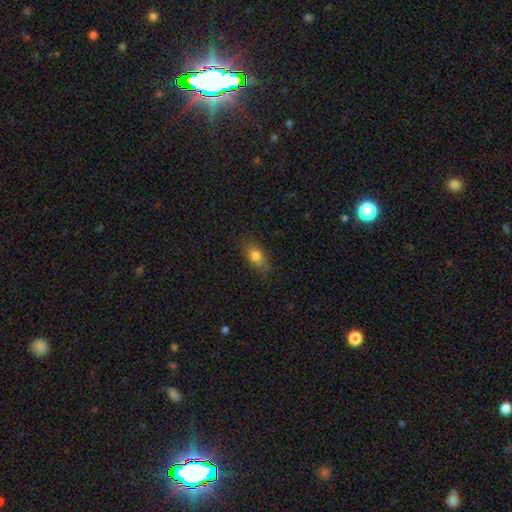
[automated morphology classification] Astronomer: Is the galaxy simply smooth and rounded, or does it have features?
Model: smooth — 77%.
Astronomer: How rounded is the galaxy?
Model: in between — 78%.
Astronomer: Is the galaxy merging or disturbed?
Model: none — 74%.